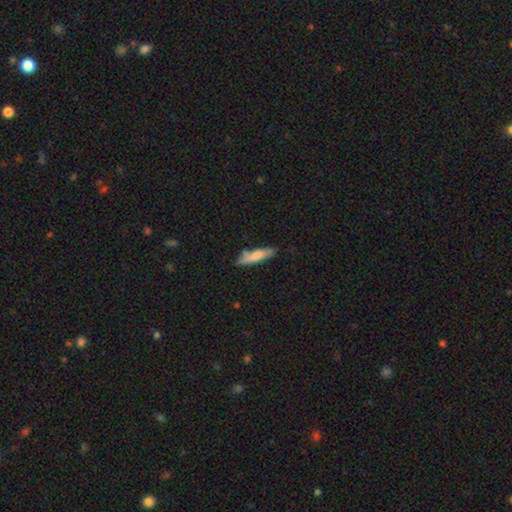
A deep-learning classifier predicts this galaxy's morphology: Smooth or featured? Predicted: smooth (p=0.74). How rounded? Predicted: cigar-shaped (p=0.72). Merging? Predicted: none (p=0.70).